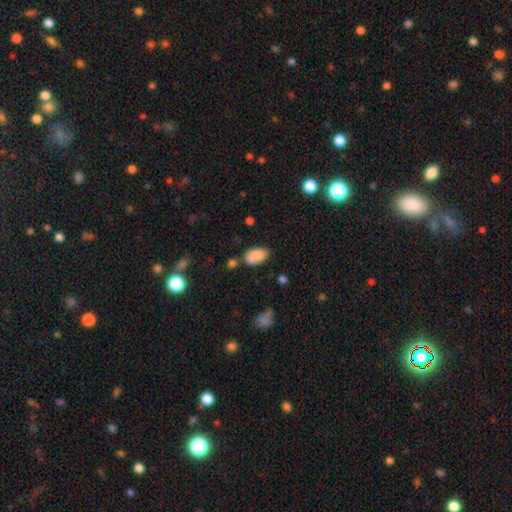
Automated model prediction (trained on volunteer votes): A smooth galaxy with no disk features (84%) that is in between round and cigar-shaped (93%). Merging: none (60%).